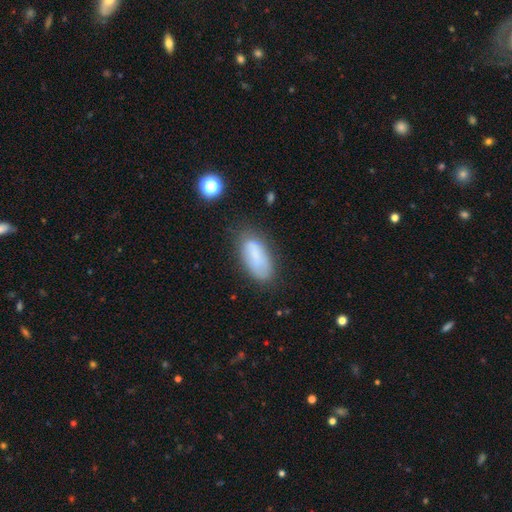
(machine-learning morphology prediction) A smooth galaxy with no disk features (76%) that is in between round and cigar-shaped (84%).

Vote fractions:
- Smooth or featured? smooth: 76% / featured or disk: 15% / star or artifact: 8%
- How rounded? in between: 84% / cigar-shaped: 13% / round: 2%
- Merging? none: 65% / minor disturbance: 24% / major disturbance: 8% / merger: 3%